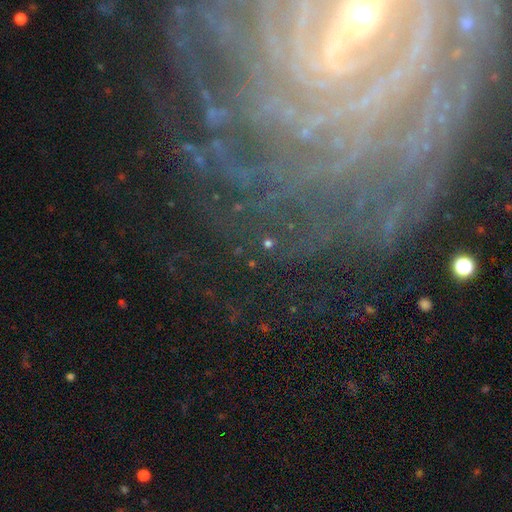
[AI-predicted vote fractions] A featured or disk galaxy (78%) with a strong bar (35%), tight (80%) spiral arms (93%) and a small central bulge (65%). Merging: none (77%).